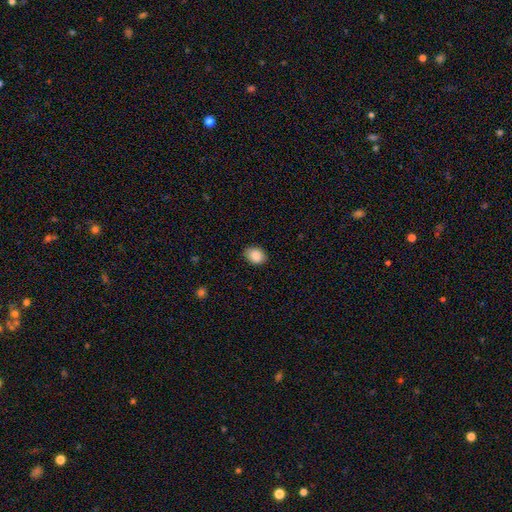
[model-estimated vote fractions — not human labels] Q: Smooth or featured?
A: smooth (88%); runner-up: star or artifact (8%)
Q: How rounded?
A: in between (64%); runner-up: round (35%)
Q: Merging?
A: none (85%); runner-up: minor disturbance (12%)